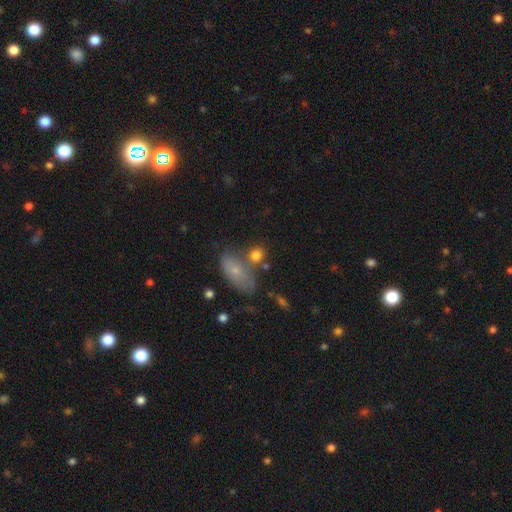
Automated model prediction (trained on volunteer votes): Smooth or featured? smooth (79%)
How rounded? round (61%)
Merging? none (56%)